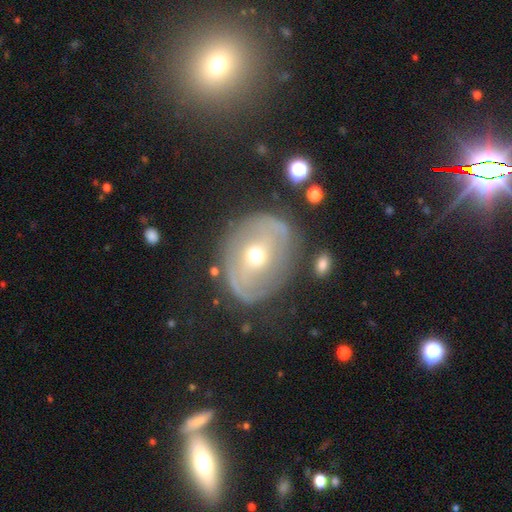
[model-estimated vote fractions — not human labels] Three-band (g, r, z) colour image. It shows a featured or disk galaxy (68%) with a weak bar (40%), spiral arms (57%) and a moderate central bulge (65%). Merging: none (70%).